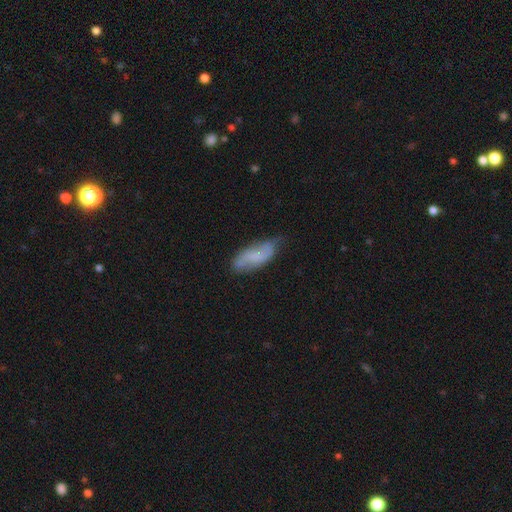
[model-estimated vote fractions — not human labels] Smooth or featured: smooth — 53% (featured or disk — 39%)
How rounded: in between — 74% (cigar-shaped — 24%)
Merging: none — 63% (minor disturbance — 28%)